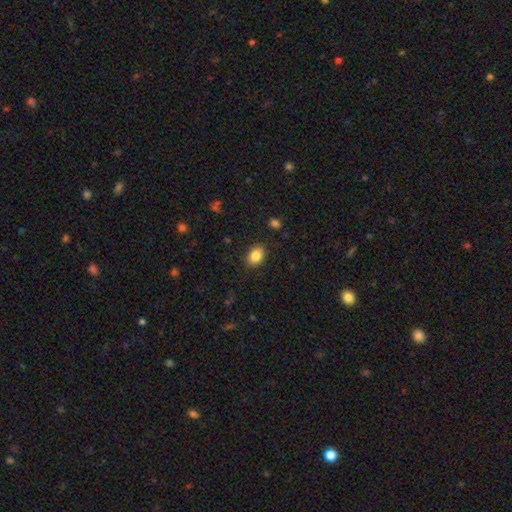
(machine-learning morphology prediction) Smooth or featured? Predicted: smooth (p=0.85). How rounded? Predicted: in between (p=0.71). Merging? Predicted: none (p=0.87).